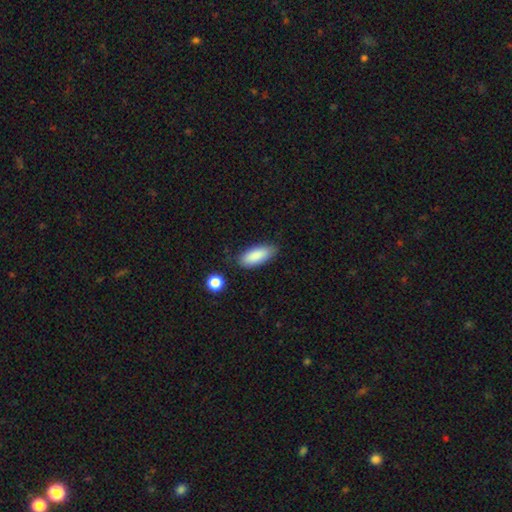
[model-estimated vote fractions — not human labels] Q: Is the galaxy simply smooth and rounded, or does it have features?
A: smooth — 88%.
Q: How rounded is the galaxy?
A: in between — 81%.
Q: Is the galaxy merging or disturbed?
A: none — 81%.